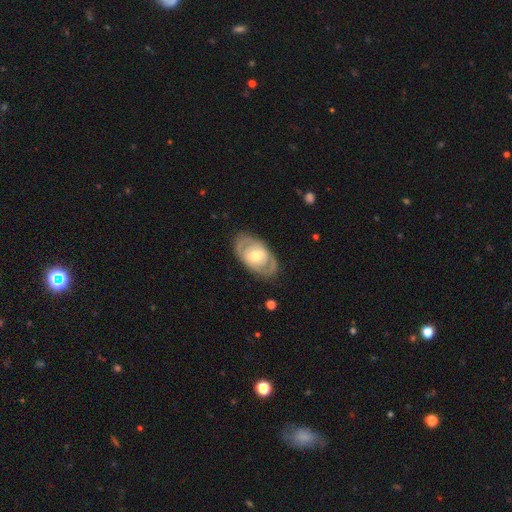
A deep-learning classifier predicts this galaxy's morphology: Smooth or featured?
  - featured or disk: 72% *
  - smooth: 23%
  - star or artifact: 5%
Edge-on disk?
  - no: 93% *
  - yes: 7%
Bar?
  - no: 51% *
  - weak: 37%
  - strong: 12%
Spiral arms?
  - yes: 69% *
  - no: 31%
Bulge size?
  - moderate: 65% *
  - small: 24%
  - large: 9%
  - none: 1%
  - dominant: 1%
Merging?
  - none: 79% *
  - minor disturbance: 14%
  - major disturbance: 5%
  - merger: 1%